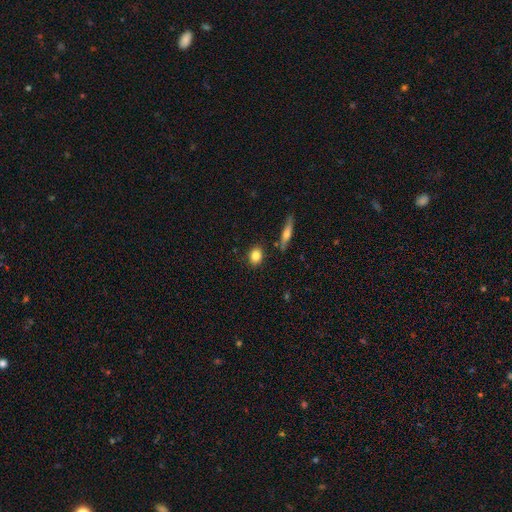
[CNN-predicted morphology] This appears to be a smooth galaxy with no disk features (83%) that is round (56%). Merging: none (85%).